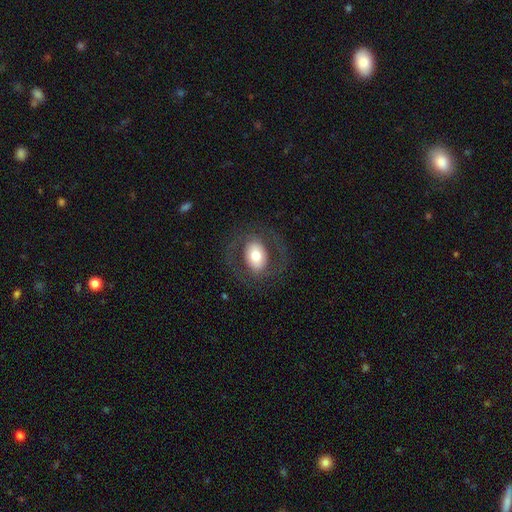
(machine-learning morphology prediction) Overall: smooth (46%, tied with featured or disk). Merging: none (75%).